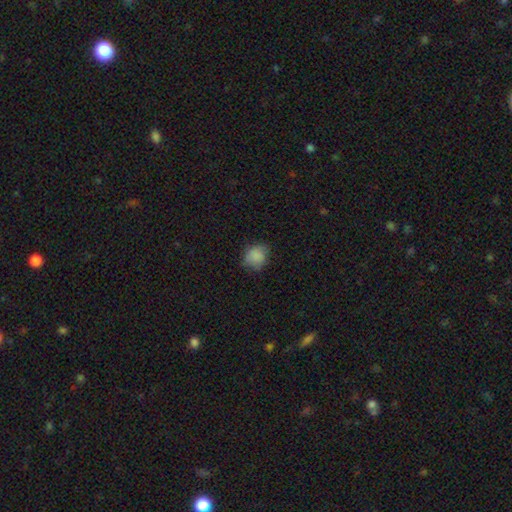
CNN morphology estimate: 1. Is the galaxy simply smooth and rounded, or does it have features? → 83% smooth, 10% star or artifact, 7% featured or disk.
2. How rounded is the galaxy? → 69% round, 30% in between, 1% cigar-shaped.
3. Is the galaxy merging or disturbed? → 69% none, 24% minor disturbance, 6% major disturbance, 1% merger.